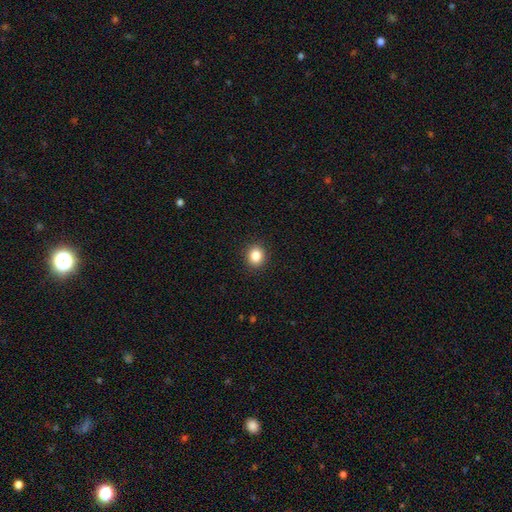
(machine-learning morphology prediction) type=smooth (85%); roundness=round (78%); merging=none (92%).